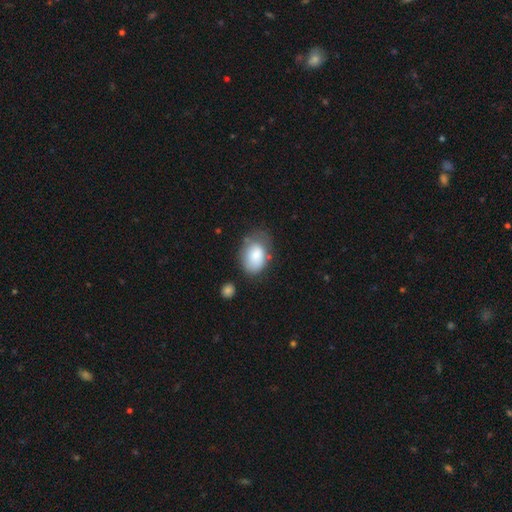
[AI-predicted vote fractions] A smooth galaxy with no disk features (81%) that is in between round and cigar-shaped (81%).

Vote fractions:
- Smooth or featured? smooth: 81% / featured or disk: 12% / star or artifact: 7%
- How rounded? in between: 81% / round: 18% / cigar-shaped: 1%
- Merging? none: 51% / minor disturbance: 30% / major disturbance: 13% / merger: 5%